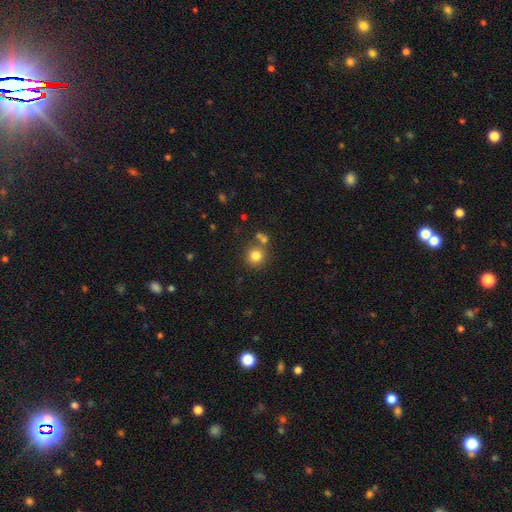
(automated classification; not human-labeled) smooth-or-featured: smooth: 80% | star or artifact: 12% | featured or disk: 7%
  how-rounded: round: 92% | in between: 7% | cigar-shaped: 1%
  merging: none: 72% | merger: 16% | minor disturbance: 9% | major disturbance: 3%